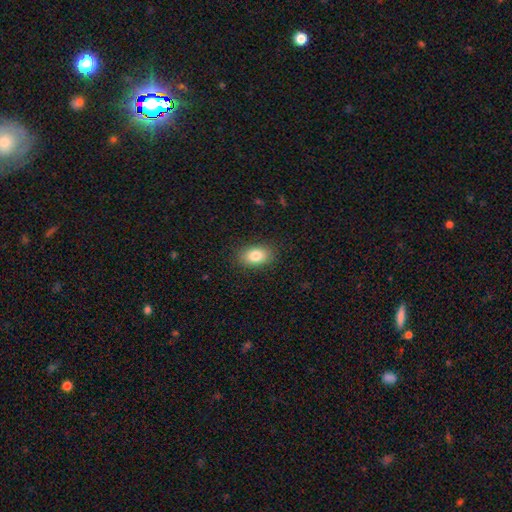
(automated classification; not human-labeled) This is clearly a smooth galaxy (84%). How rounded: clearly in between (87%). Merging: clearly none (87%).